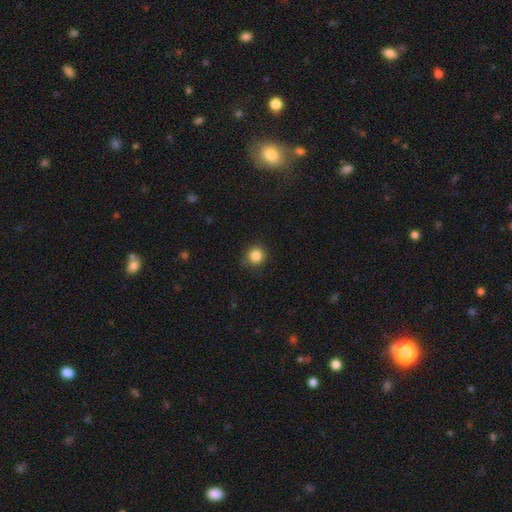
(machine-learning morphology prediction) This appears to be a smooth galaxy with no disk features (85%) that is round (93%). Merging: none (83%).